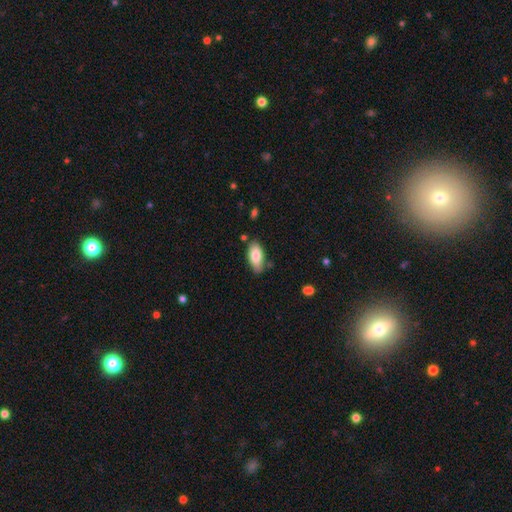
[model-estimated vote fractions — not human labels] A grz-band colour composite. It shows a smooth galaxy with no disk features (83%) that is in between round and cigar-shaped (90%). Merging: none (76%).